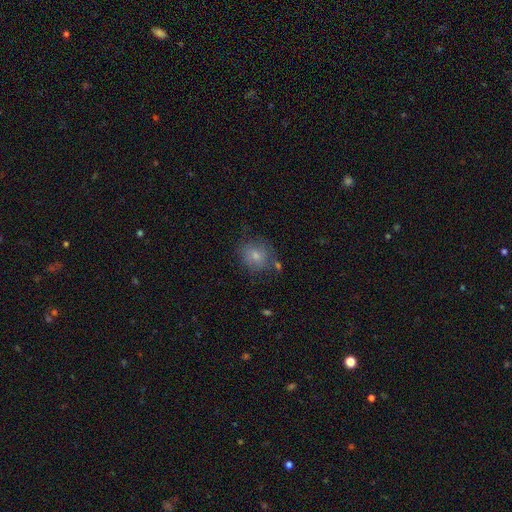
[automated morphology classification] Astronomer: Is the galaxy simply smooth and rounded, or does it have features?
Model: smooth — 73%.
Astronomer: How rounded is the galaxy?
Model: round — 70%.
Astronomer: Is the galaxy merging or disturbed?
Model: none — 65%.